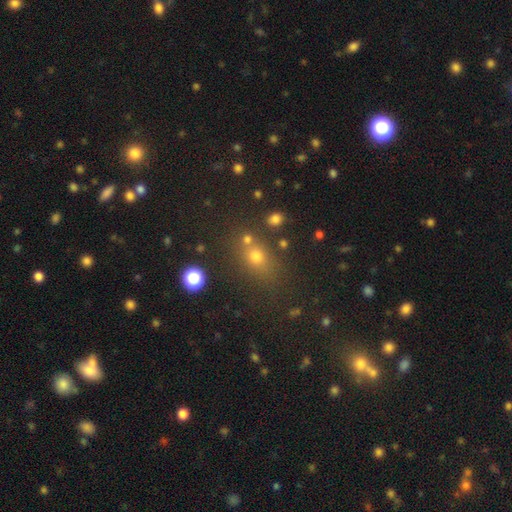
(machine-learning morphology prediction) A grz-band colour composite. It shows a smooth galaxy with no disk features (67%) that is round (54%). Merging: none (66%).